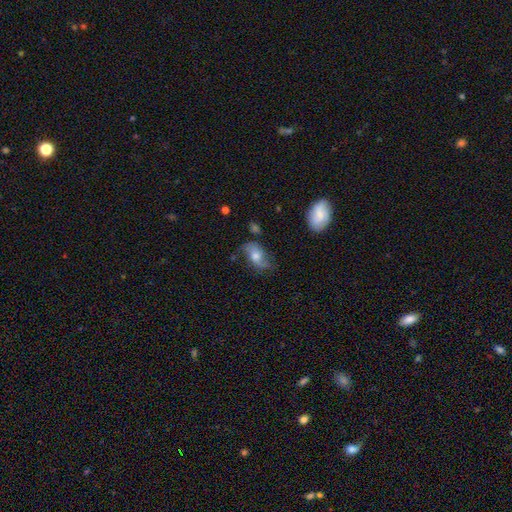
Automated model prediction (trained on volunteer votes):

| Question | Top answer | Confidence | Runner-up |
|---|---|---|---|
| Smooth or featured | featured or disk | 52% | smooth (39%) |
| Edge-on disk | no | 92% | yes (8%) |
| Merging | none | 58% | minor disturbance (26%) |